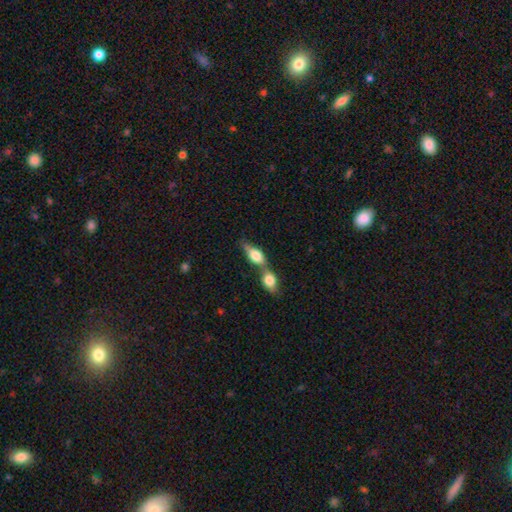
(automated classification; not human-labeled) Smooth or featured: smooth — 63% (featured or disk — 29%)
How rounded: in between — 74% (cigar-shaped — 17%)
Merging: merger — 68% (none — 21%)